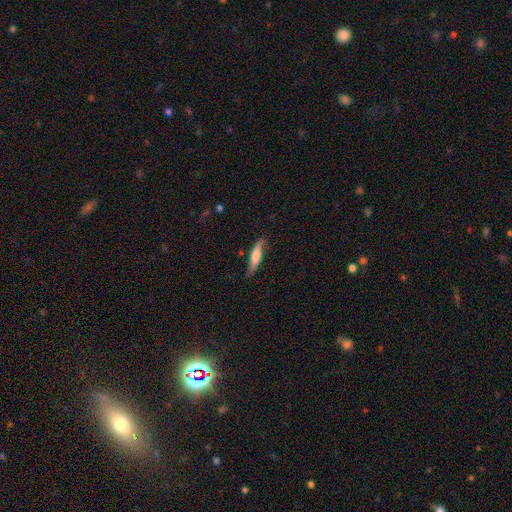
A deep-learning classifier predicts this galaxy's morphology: Smooth or featured? smooth (54%)
How rounded? cigar-shaped (78%)
Merging? none (69%)